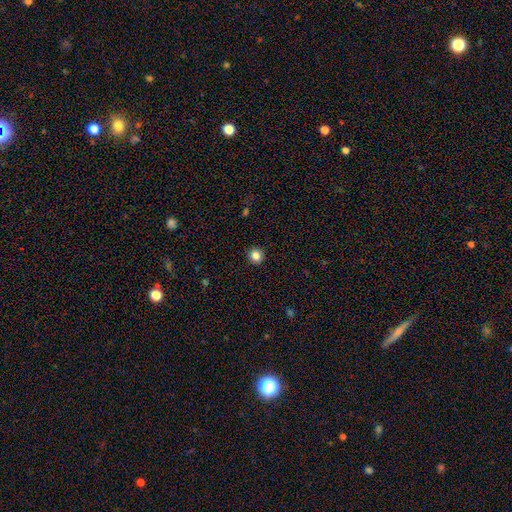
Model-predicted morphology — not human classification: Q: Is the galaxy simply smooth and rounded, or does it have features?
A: smooth — 83%.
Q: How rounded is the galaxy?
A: round — 94%.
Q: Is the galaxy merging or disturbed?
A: none — 93%.